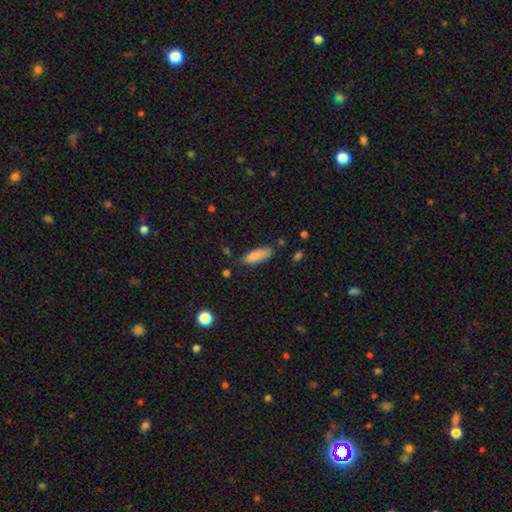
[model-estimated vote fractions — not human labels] A smooth galaxy with no disk features (86%) that is in between round and cigar-shaped (59%).

Vote fractions:
- Smooth or featured? smooth: 86% / featured or disk: 7% / star or artifact: 7%
- How rounded? in between: 59% / cigar-shaped: 40% / round: 2%
- Merging? none: 74% / minor disturbance: 19% / major disturbance: 4% / merger: 3%